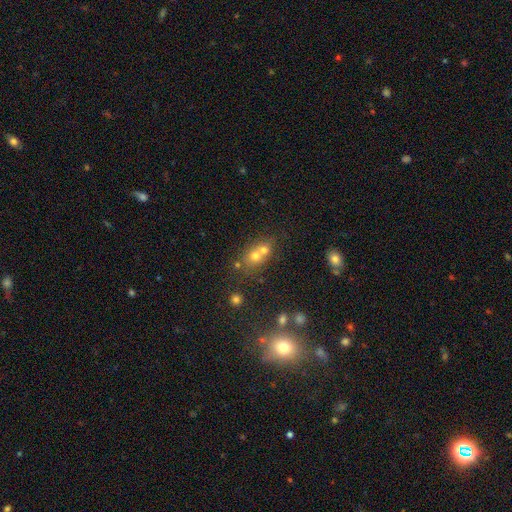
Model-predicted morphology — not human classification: type=smooth (62%); roundness=round (62%); merging=merger (56%).